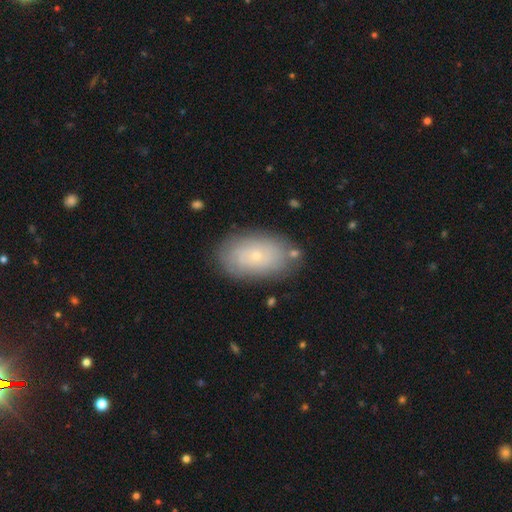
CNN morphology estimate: A smooth galaxy with no disk features (56%) that is in between round and cigar-shaped (92%). Merging: none (80%).